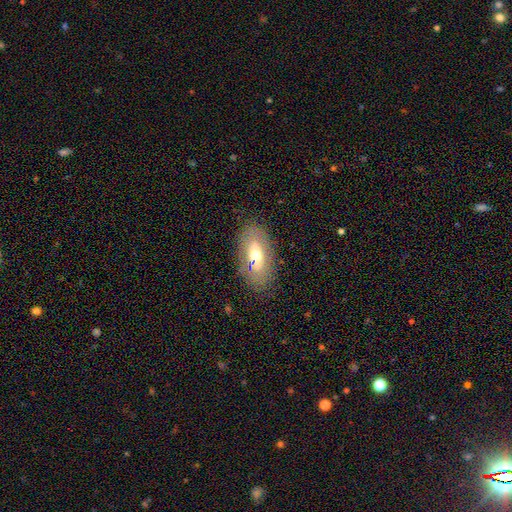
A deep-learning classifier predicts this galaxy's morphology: type=smooth (49%); merging=none (80%).